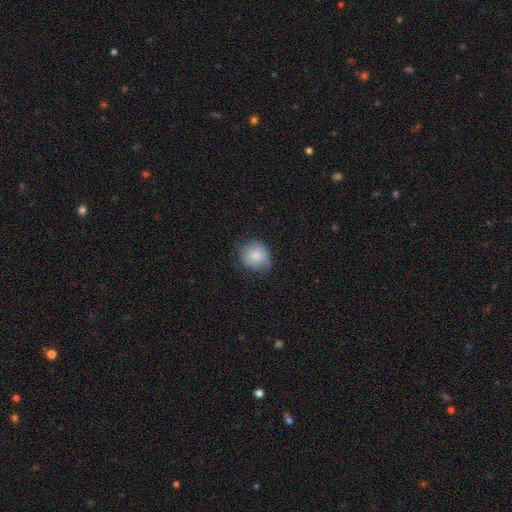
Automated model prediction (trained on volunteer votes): The model was most divided on "merging": none: 62%, minor disturbance: 29%, major disturbance: 7%, merger: 1%. More confident: how rounded — round (82%); smooth or featured — smooth (79%).